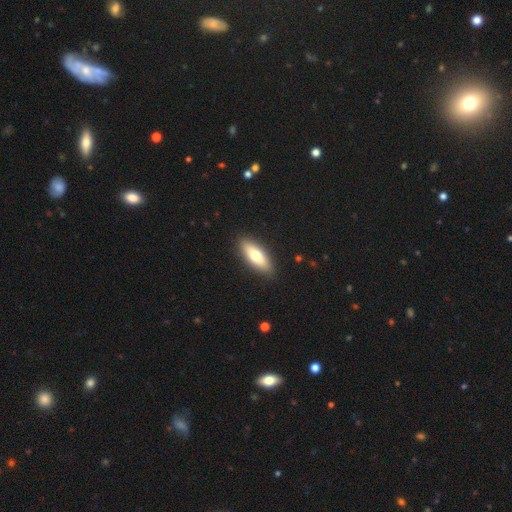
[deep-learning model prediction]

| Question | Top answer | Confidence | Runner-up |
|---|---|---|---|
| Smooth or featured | smooth | 70% | featured or disk (25%) |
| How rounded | in between | 67% | cigar-shaped (30%) |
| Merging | none | 90% | minor disturbance (8%) |